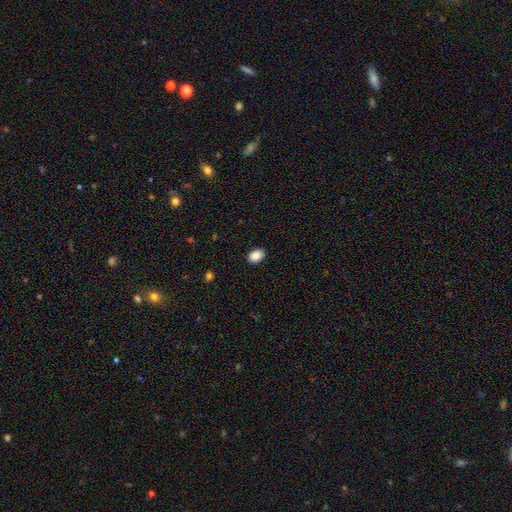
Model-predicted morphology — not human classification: This is clearly a smooth galaxy (88%). How rounded: clearly in between (81%). Merging: clearly none (89%).